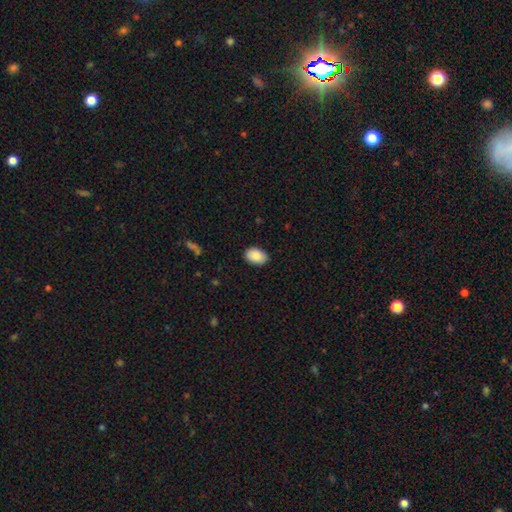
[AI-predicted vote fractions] Overall: smooth (89%). How rounded: in between (86%). Merging: none (87%).